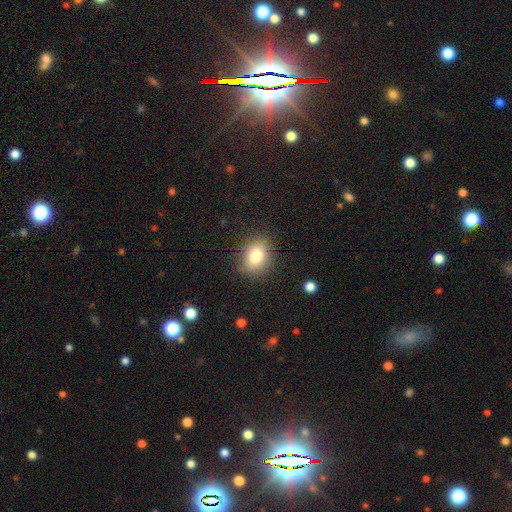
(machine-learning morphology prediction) smooth_or_featured: smooth (p=0.81) [alt: star or artifact p=0.10]
how_rounded: in between (p=0.53) [alt: round p=0.46]
merging: none (p=0.84) [alt: minor disturbance p=0.11]